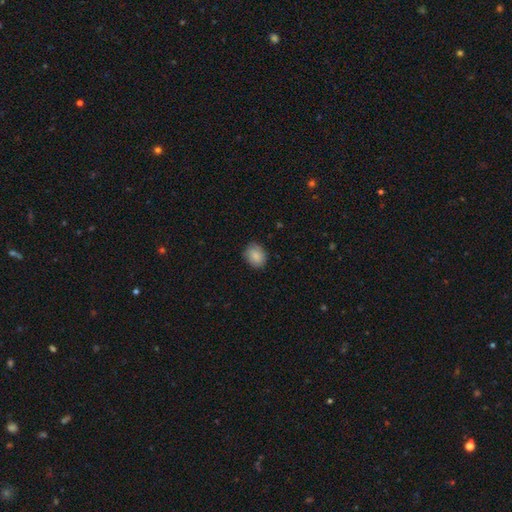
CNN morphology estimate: This appears to be a smooth galaxy with no disk features (87%) that is in between round and cigar-shaped (55%). Merging: none (81%).